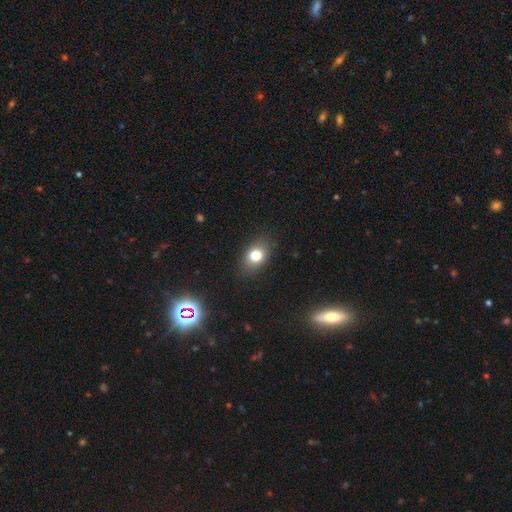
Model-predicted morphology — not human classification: type=smooth (78%); roundness=in between (71%); merging=none (84%).